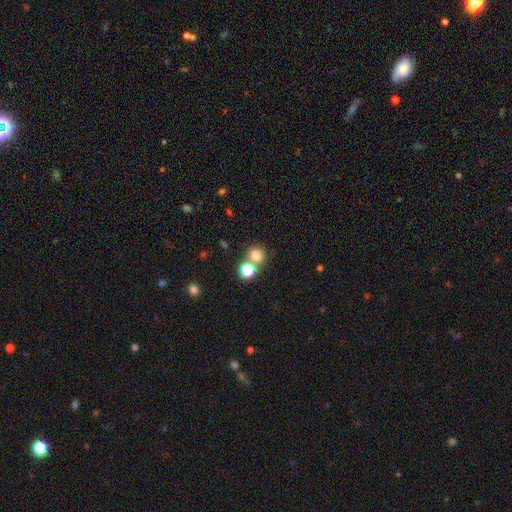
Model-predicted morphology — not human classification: Q: Smooth or featured?
A: smooth (77%); runner-up: star or artifact (16%)
Q: How rounded?
A: round (90%); runner-up: in between (9%)
Q: Merging?
A: none (62%); runner-up: merger (28%)